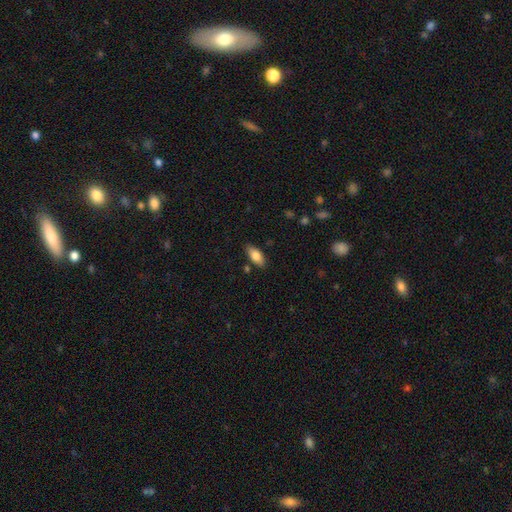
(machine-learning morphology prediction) Smooth or featured? Predicted: smooth (p=0.78). How rounded? Predicted: in between (p=0.86). Merging? Predicted: none (p=0.85).